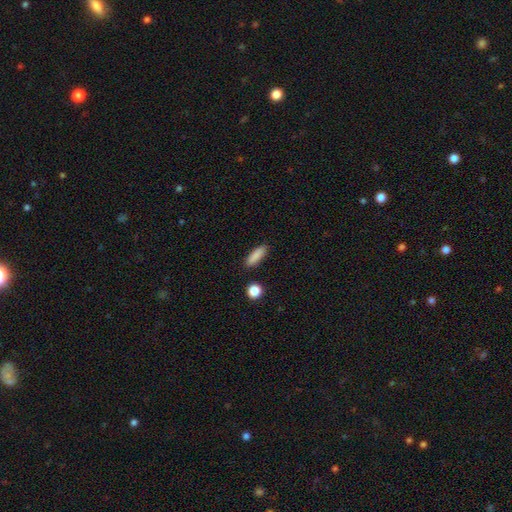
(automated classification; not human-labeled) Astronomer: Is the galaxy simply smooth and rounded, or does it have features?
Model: smooth — 87%.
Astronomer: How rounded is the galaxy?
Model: cigar-shaped — 53% (runner-up: in between, 44%).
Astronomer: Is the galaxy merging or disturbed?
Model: none — 88%.